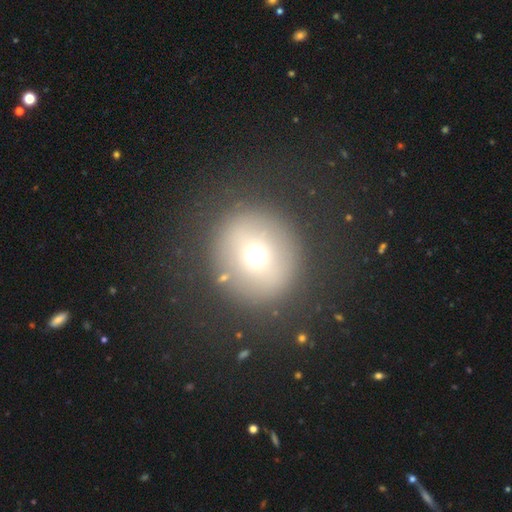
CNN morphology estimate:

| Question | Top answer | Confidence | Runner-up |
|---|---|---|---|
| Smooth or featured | smooth | 62% | featured or disk (21%) |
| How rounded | round | 92% | in between (7%) |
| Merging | none | 85% | minor disturbance (8%) |